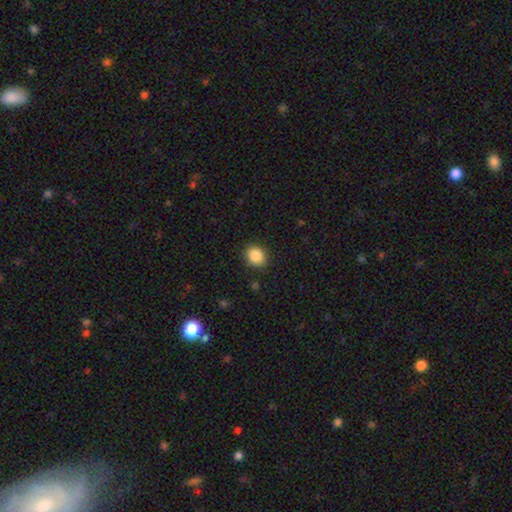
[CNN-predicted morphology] Smooth or featured?
  - smooth: 87% *
  - star or artifact: 9%
  - featured or disk: 4%
How rounded?
  - round: 75% *
  - in between: 24%
  - cigar-shaped: 1%
Merging?
  - none: 88% *
  - minor disturbance: 8%
  - major disturbance: 2%
  - merger: 1%